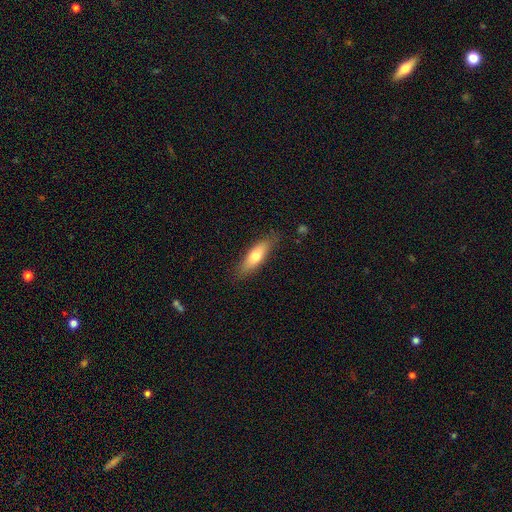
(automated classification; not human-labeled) A smooth galaxy with no disk features (69%) that is cigar-shaped (51%). Merging: none (82%).